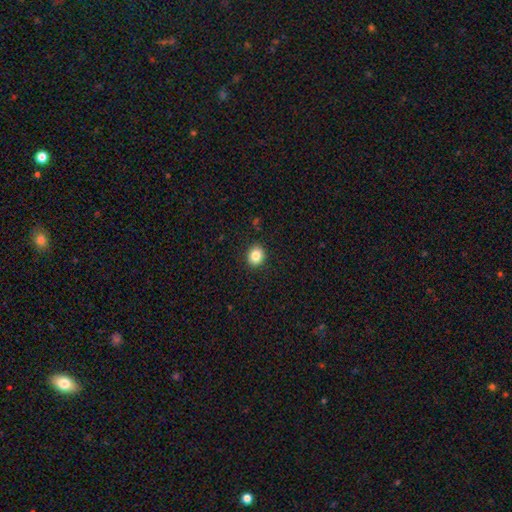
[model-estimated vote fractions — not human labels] A smooth galaxy with no disk features (84%) that is round (71%).

Vote fractions:
- Smooth or featured? smooth: 84% / star or artifact: 10% / featured or disk: 6%
- How rounded? round: 71% / in between: 28% / cigar-shaped: 1%
- Merging? none: 91% / minor disturbance: 6% / major disturbance: 2% / merger: 1%